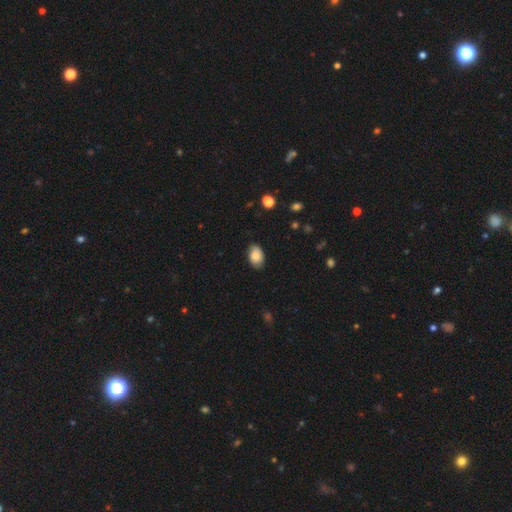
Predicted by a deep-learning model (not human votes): Q: Smooth or featured?
A: smooth (81%); runner-up: featured or disk (11%)
Q: How rounded?
A: in between (87%); runner-up: round (12%)
Q: Merging?
A: none (80%); runner-up: minor disturbance (16%)